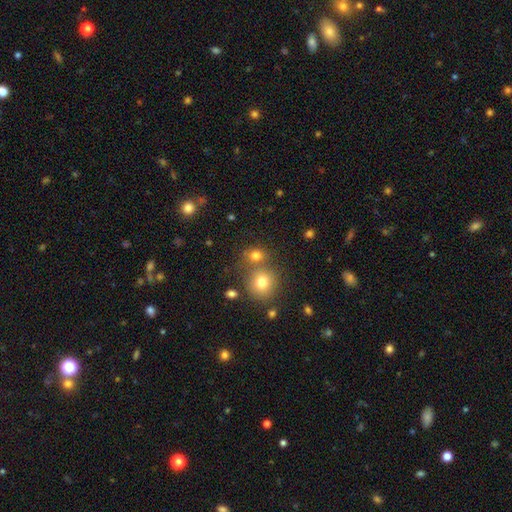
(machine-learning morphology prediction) smooth 75%, star or artifact 16%, featured or disk 9%. Down the decision tree: how rounded — round (78%); merging — none (59%).